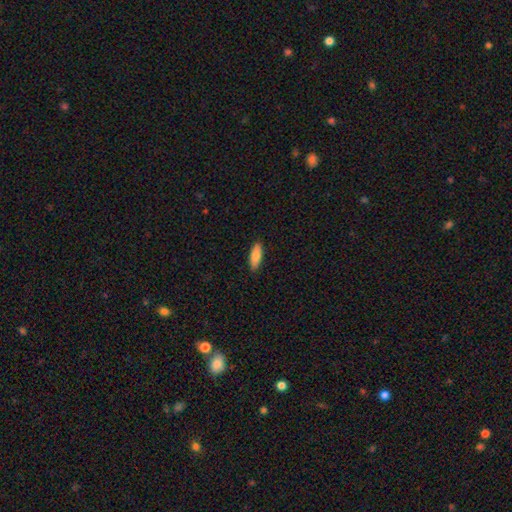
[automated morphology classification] Smooth or featured? Predicted: smooth (p=0.85). How rounded? Predicted: in between (p=0.63). Merging? Predicted: none (p=0.89).